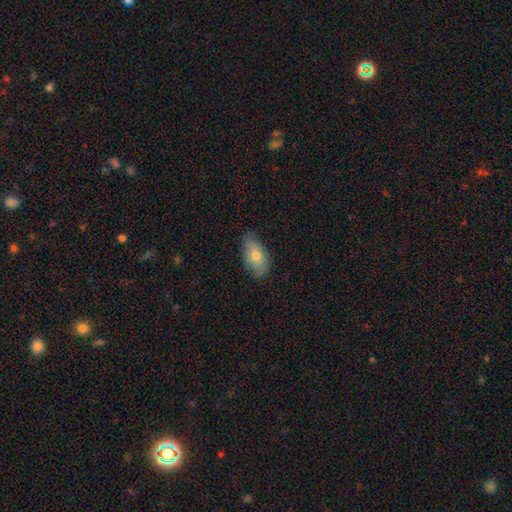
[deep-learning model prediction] smooth 72%, featured or disk 21%, star or artifact 7%. Down the decision tree: how rounded — in between (90%); merging — none (70%).